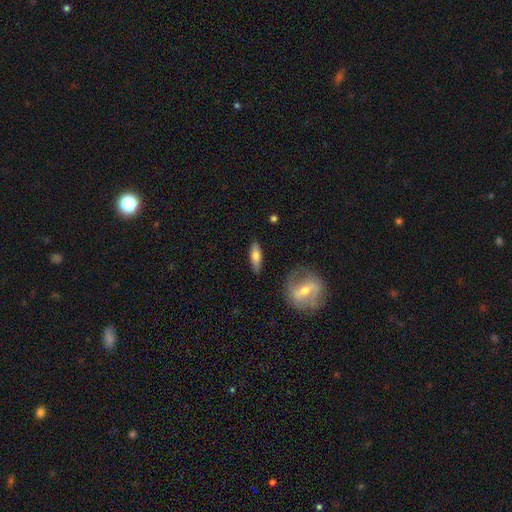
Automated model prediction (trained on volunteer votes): This appears to be a smooth galaxy with no disk features (63%) that is in between round and cigar-shaped (52%). Merging: none (85%).